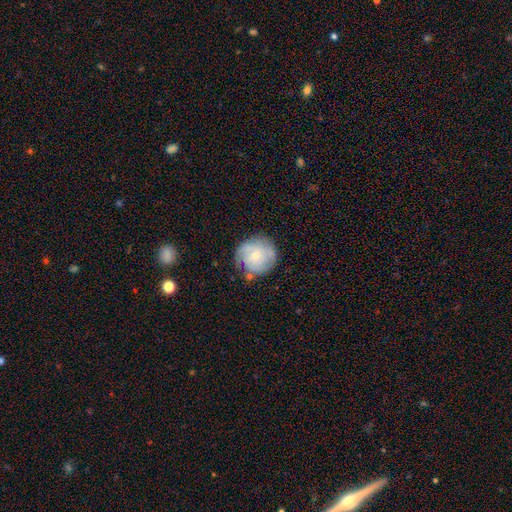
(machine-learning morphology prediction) Q: Smooth or featured?
A: featured or disk (50%); runner-up: smooth (43%)
Q: Merging?
A: none (68%); runner-up: minor disturbance (21%)